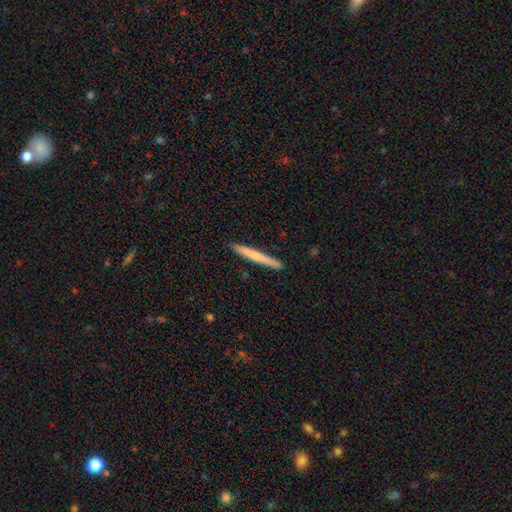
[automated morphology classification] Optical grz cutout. It shows a smooth galaxy with no disk features (59%) that is cigar-shaped (97%). Merging: none (92%).